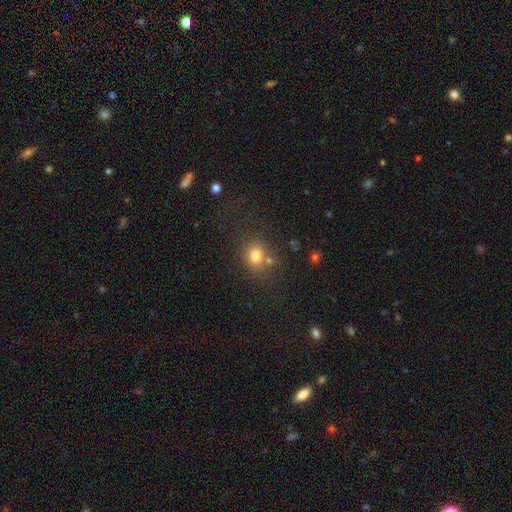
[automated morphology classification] smooth-or-featured: smooth: 77% | star or artifact: 15% | featured or disk: 9%
  how-rounded: round: 69% | in between: 29% | cigar-shaped: 1%
  merging: none: 64% | merger: 15% | minor disturbance: 14% | major disturbance: 7%